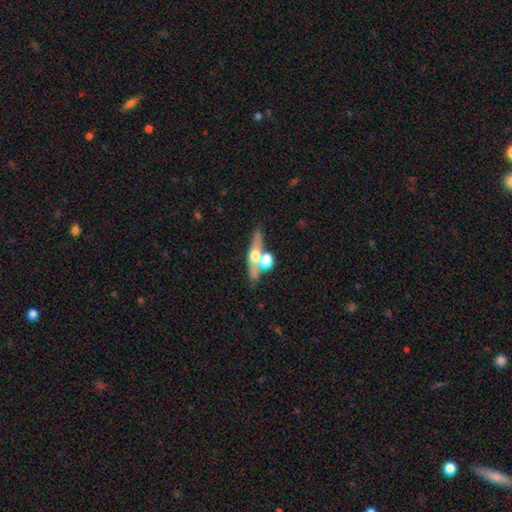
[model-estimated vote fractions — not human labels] featured or disk 53%, smooth 39%, star or artifact 8%. Down the decision tree: edge-on disk — yes (78%); merging — none (51%).